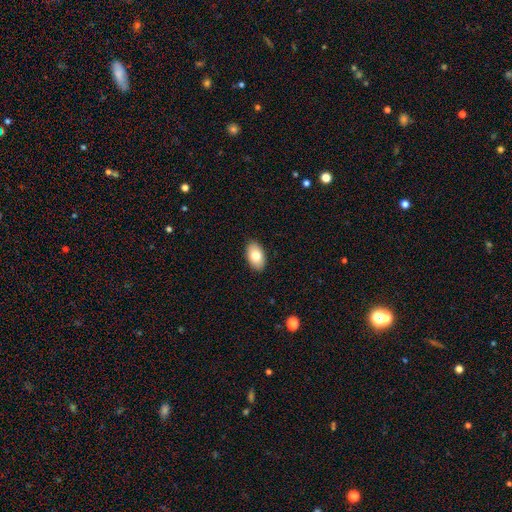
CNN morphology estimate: Smooth or featured: smooth — 78% (featured or disk — 15%)
How rounded: in between — 93% (round — 6%)
Merging: none — 90% (minor disturbance — 7%)